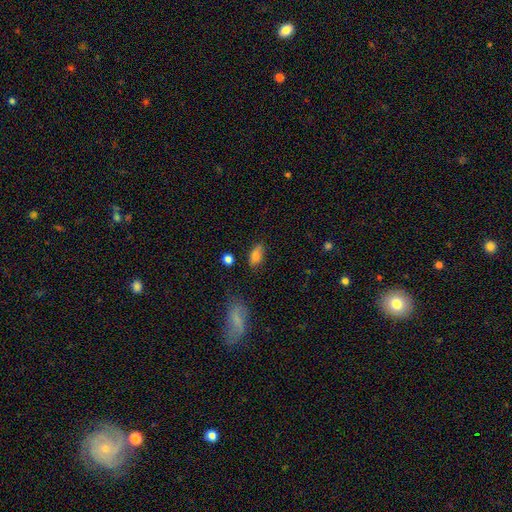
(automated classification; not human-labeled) A smooth galaxy with no disk features (80%) that is in between round and cigar-shaped (89%).

Vote fractions:
- Smooth or featured? smooth: 80% / featured or disk: 10% / star or artifact: 9%
- How rounded? in between: 89% / cigar-shaped: 6% / round: 5%
- Merging? none: 76% / minor disturbance: 17% / major disturbance: 4% / merger: 3%